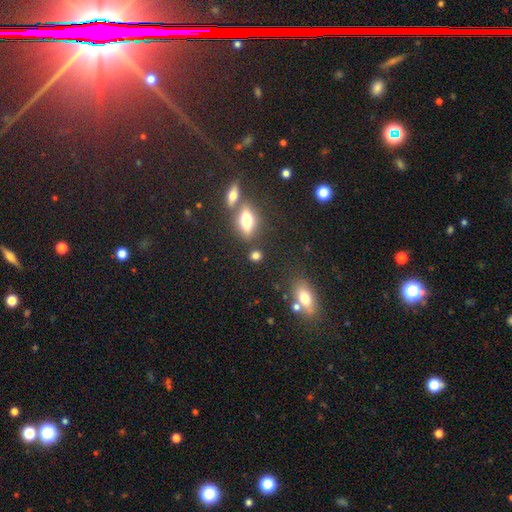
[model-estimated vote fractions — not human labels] The model was most divided on "how rounded": round: 46%, in between: 43%, cigar-shaped: 10%. More confident: merging — none (74%); smooth or featured — smooth (73%).